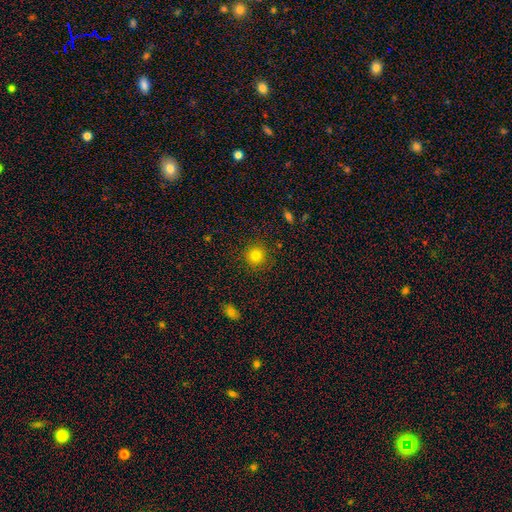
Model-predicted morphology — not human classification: smooth_or_featured: smooth (p=0.81) [alt: star or artifact p=0.13]
how_rounded: round (p=0.93) [alt: in between p=0.06]
merging: none (p=0.90) [alt: minor disturbance p=0.07]